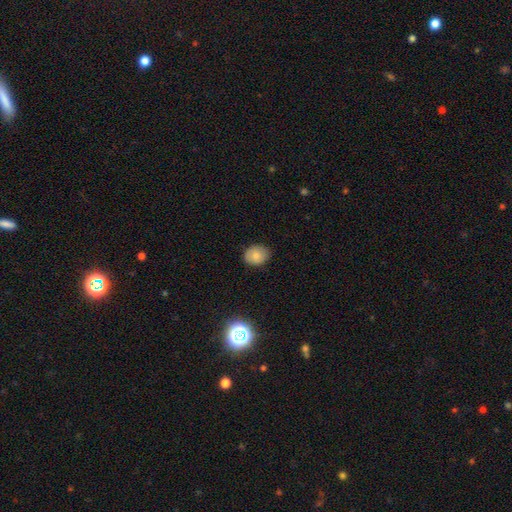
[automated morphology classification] Smooth or featured? smooth (80%)
How rounded? round (57%)
Merging? none (84%)